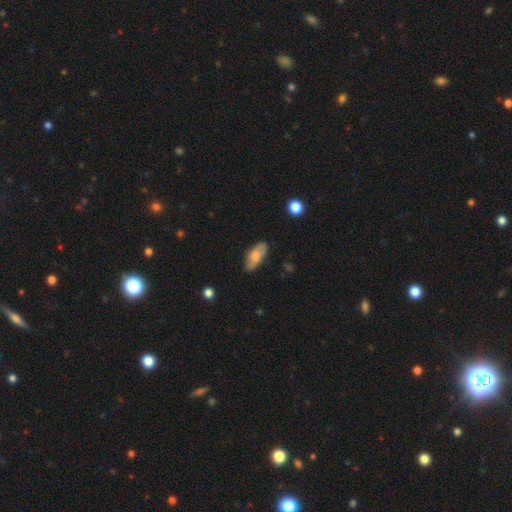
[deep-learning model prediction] This is likely a smooth galaxy (73%). How rounded: clearly in between (85%). Merging: likely none (76%).